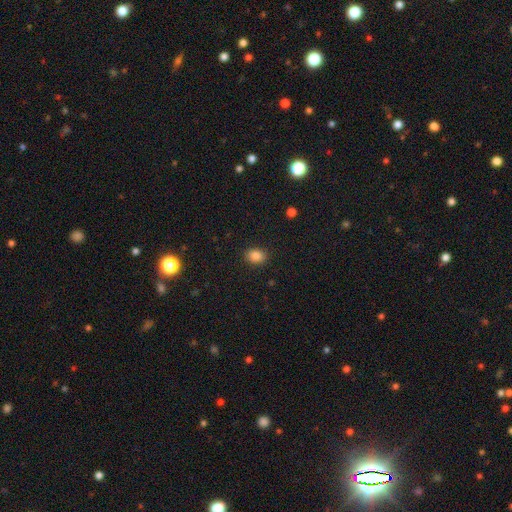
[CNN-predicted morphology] This appears to be a smooth galaxy with no disk features (86%) that is in between round and cigar-shaped (67%). Merging: none (89%).